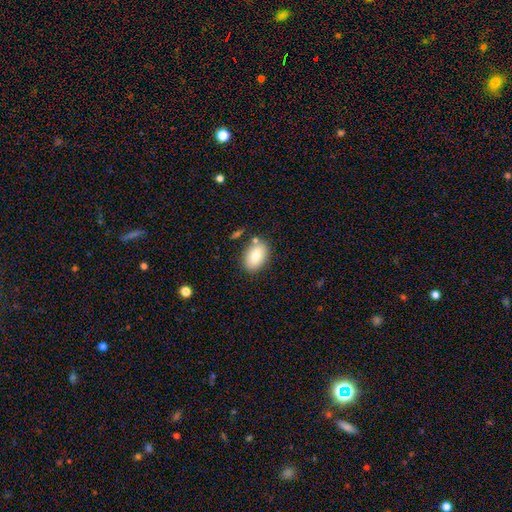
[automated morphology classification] smooth-or-featured: smooth: 80% | featured or disk: 13% | star or artifact: 7%
  how-rounded: in between: 88% | round: 11% | cigar-shaped: 1%
  merging: none: 77% | minor disturbance: 13% | merger: 6% | major disturbance: 3%